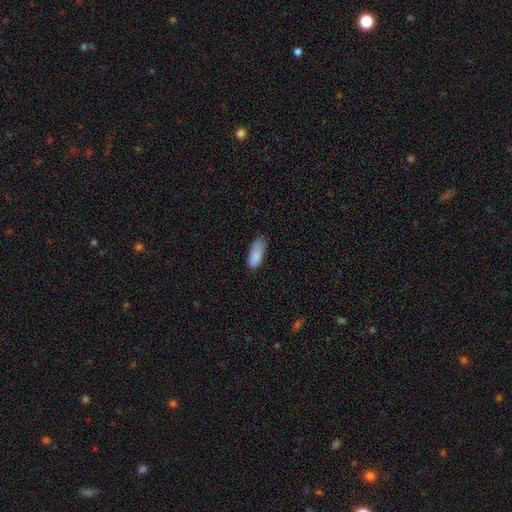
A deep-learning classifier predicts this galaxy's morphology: smooth-or-featured: smooth: 87% | star or artifact: 7% | featured or disk: 6%
  how-rounded: in between: 74% | cigar-shaped: 24% | round: 2%
  merging: none: 59% | minor disturbance: 33% | major disturbance: 6% | merger: 2%